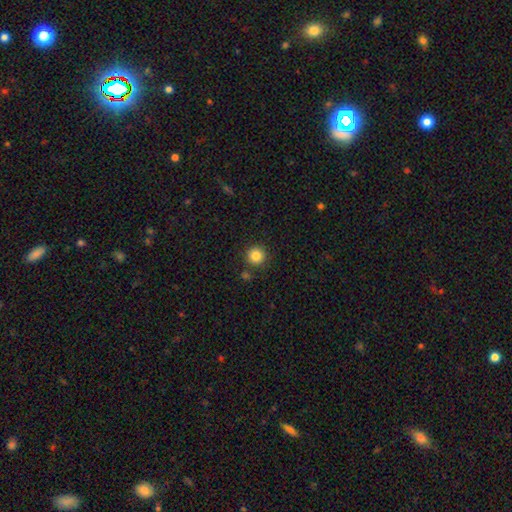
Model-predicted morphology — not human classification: Overall: smooth (84%). How rounded: round (95%). Merging: none (87%).